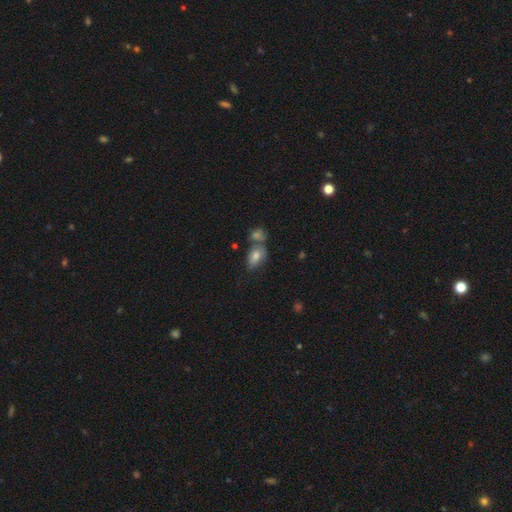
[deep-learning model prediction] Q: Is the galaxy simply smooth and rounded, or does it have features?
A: smooth — 72%.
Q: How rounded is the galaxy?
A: in between — 86%.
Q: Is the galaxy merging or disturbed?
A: none — 46%.